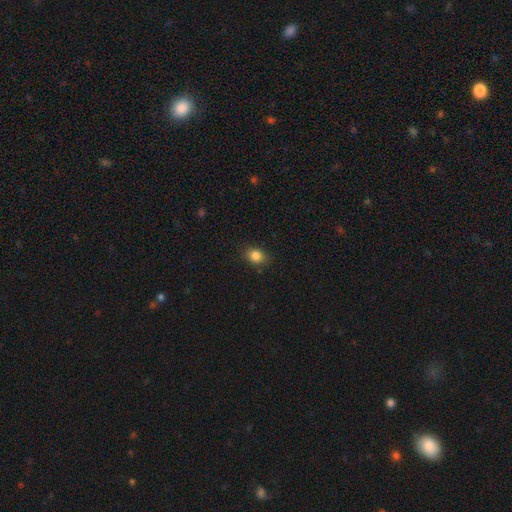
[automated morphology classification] Smooth or featured? smooth (84%)
How rounded? in between (53%)
Merging? none (82%)